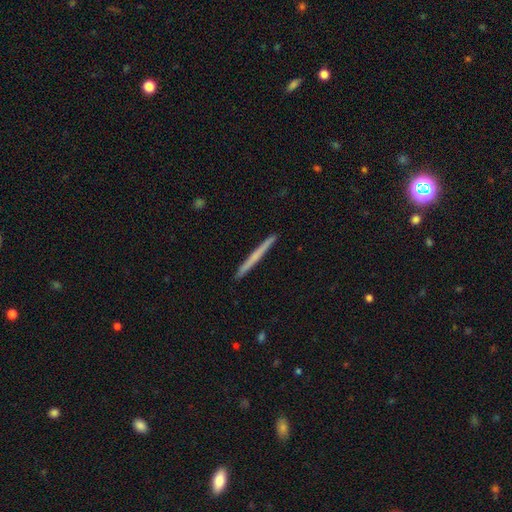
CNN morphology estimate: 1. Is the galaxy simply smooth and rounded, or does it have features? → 49% smooth, 45% featured or disk, 5% star or artifact.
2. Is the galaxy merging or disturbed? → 93% none, 5% minor disturbance, 1% major disturbance, 1% merger.